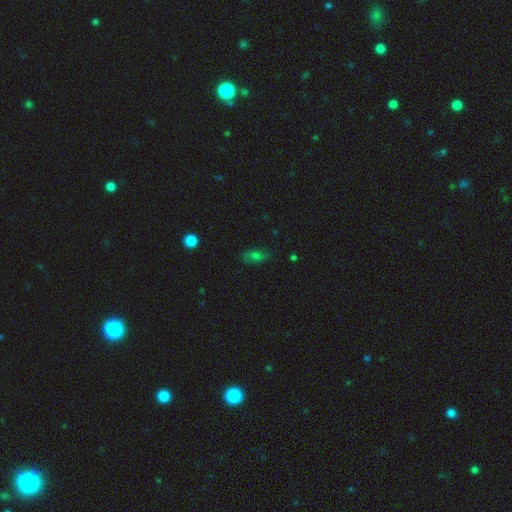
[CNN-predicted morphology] smooth-or-featured: smooth: 61% | star or artifact: 21% | featured or disk: 18%
  how-rounded: in between: 80% | round: 11% | cigar-shaped: 9%
  merging: none: 71% | minor disturbance: 20% | major disturbance: 7% | merger: 2%